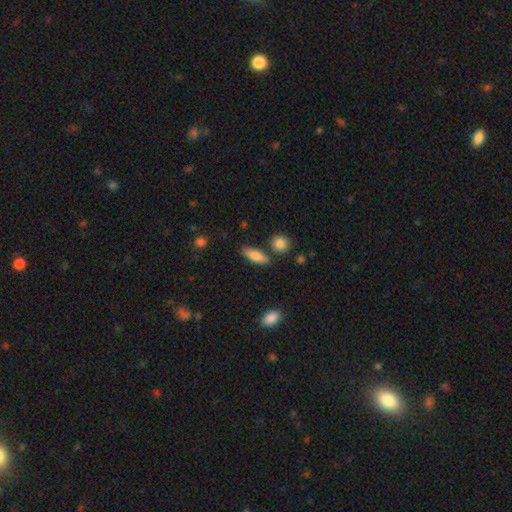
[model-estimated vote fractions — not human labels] Smooth or featured: smooth — 78% (featured or disk — 15%)
How rounded: in between — 52% (cigar-shaped — 45%)
Merging: none — 80% (minor disturbance — 11%)